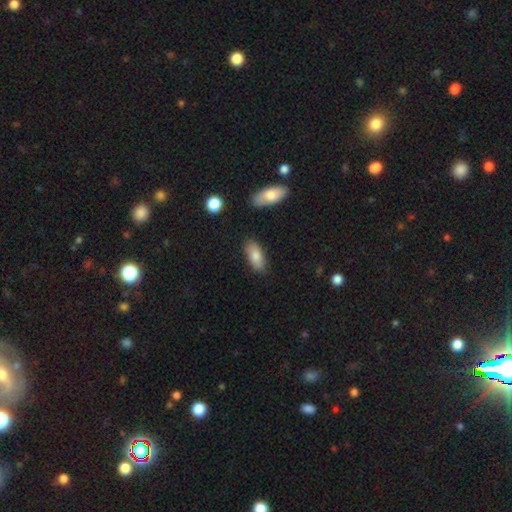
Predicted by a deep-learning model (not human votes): The model was most divided on "merging": none: 82%, minor disturbance: 13%, merger: 3%, major disturbance: 3%. More confident: how rounded — in between (86%); smooth or featured — smooth (82%).